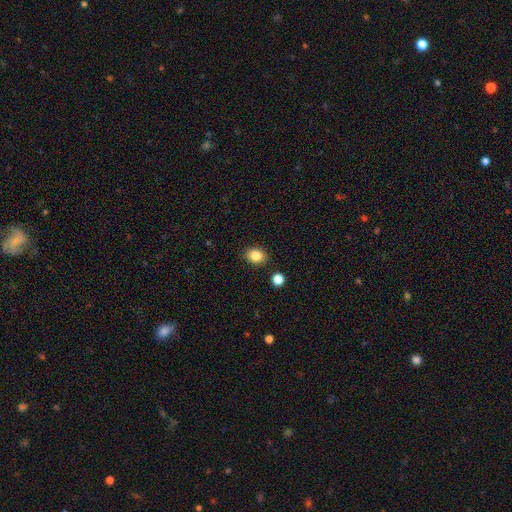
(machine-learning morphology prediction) Q: Smooth or featured?
A: smooth (85%); runner-up: star or artifact (10%)
Q: How rounded?
A: in between (53%); runner-up: round (47%)
Q: Merging?
A: none (87%); runner-up: minor disturbance (8%)